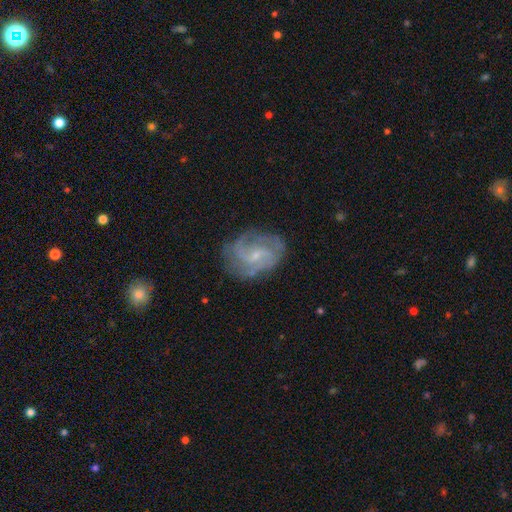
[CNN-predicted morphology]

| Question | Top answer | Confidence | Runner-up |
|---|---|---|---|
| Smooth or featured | featured or disk | 83% | smooth (11%) |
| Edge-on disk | no | 98% | yes (2%) |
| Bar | weak | 47% | no (46%) |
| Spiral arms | yes | 94% | no (6%) |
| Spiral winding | medium | 49% | tight (31%) |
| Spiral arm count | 2 | 43% | can't tell (22%) |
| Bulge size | small | 76% | moderate (17%) |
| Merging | none | 73% | minor disturbance (18%) |